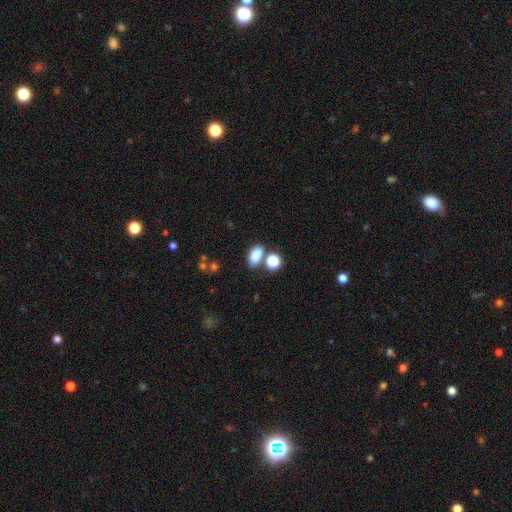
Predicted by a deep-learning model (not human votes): smooth 82%, star or artifact 11%, featured or disk 7%. Down the decision tree: how rounded — in between (86%); merging — none (62%).